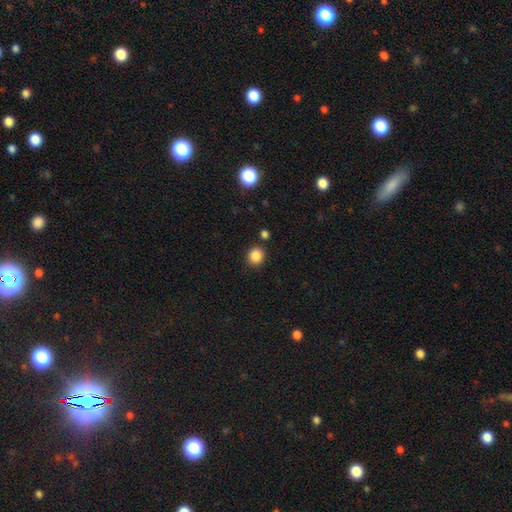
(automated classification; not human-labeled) Smooth or featured? smooth (86%)
How rounded? round (82%)
Merging? none (86%)